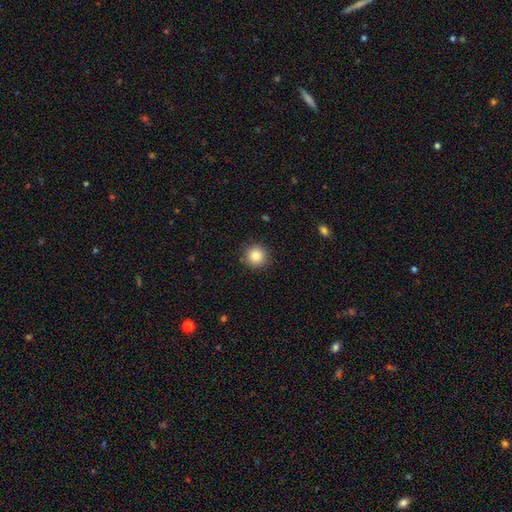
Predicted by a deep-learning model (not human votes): smooth_or_featured: smooth (p=0.85) [alt: star or artifact p=0.10]
how_rounded: round (p=0.94) [alt: in between p=0.05]
merging: none (p=0.90) [alt: minor disturbance p=0.07]